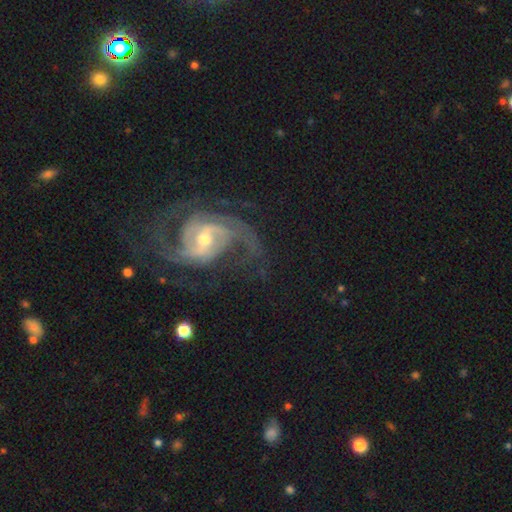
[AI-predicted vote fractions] Smooth or featured?
  - featured or disk: 88% *
  - star or artifact: 7%
  - smooth: 5%
Edge-on disk?
  - no: 98% *
  - yes: 2%
Bar?
  - weak: 42% *
  - no: 33%
  - strong: 25%
Spiral arms?
  - yes: 96% *
  - no: 4%
Spiral winding?
  - medium: 49% *
  - tight: 26%
  - loose: 25%
Spiral arm count?
  - 2: 60% *
  - 3: 14%
  - can't tell: 12%
  - 1: 5%
  - 4: 5%
  - more than 4: 4%
Bulge size?
  - moderate: 49% *
  - small: 46%
  - large: 3%
  - none: 1%
  - dominant: 1%
Merging?
  - none: 61% *
  - major disturbance: 21%
  - minor disturbance: 16%
  - merger: 2%